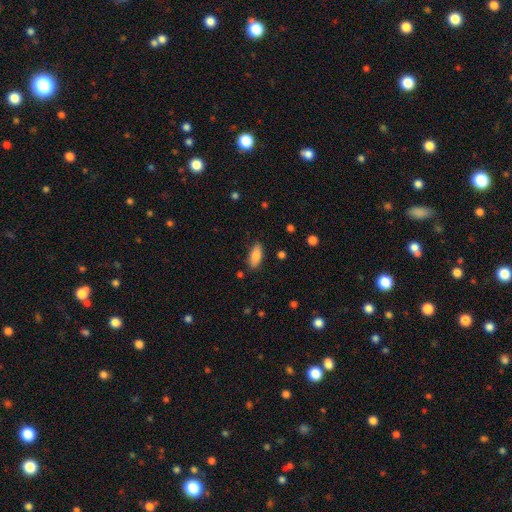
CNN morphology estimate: smooth 85%, featured or disk 8%, star or artifact 7%. Down the decision tree: how rounded — in between (86%); merging — none (85%).